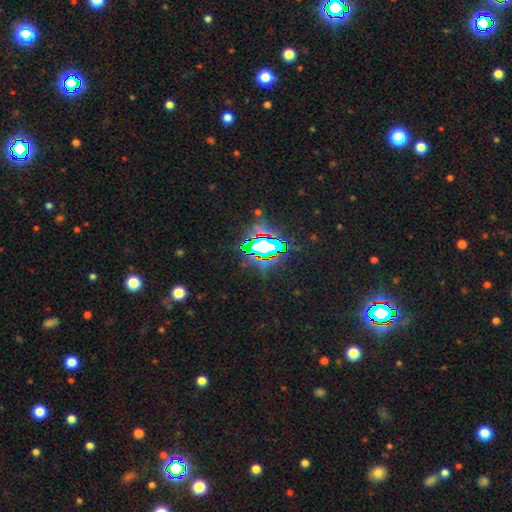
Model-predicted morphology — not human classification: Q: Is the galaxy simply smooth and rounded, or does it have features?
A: star or artifact — 74%.